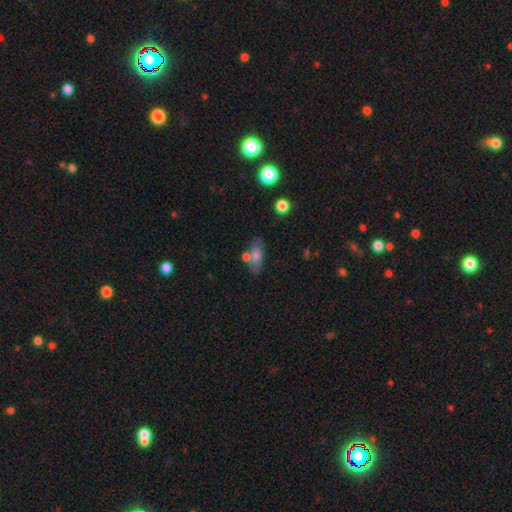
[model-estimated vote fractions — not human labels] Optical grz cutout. It shows a smooth galaxy with no disk features (70%) that is in between round and cigar-shaped (80%). Merging: none (56%).